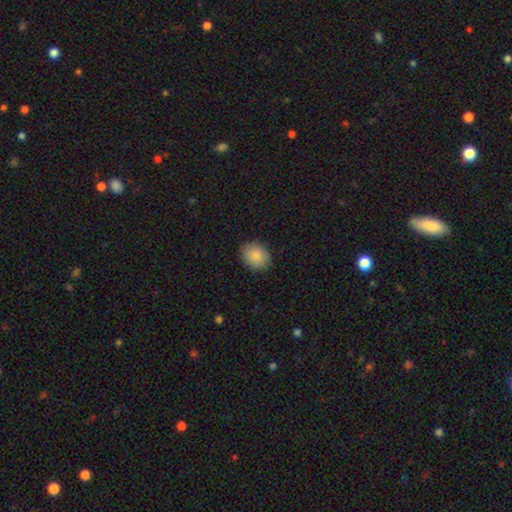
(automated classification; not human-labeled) The model was most divided on "how rounded": in between: 52%, round: 47%, cigar-shaped: 1%. More confident: smooth or featured — smooth (88%); merging — none (87%).